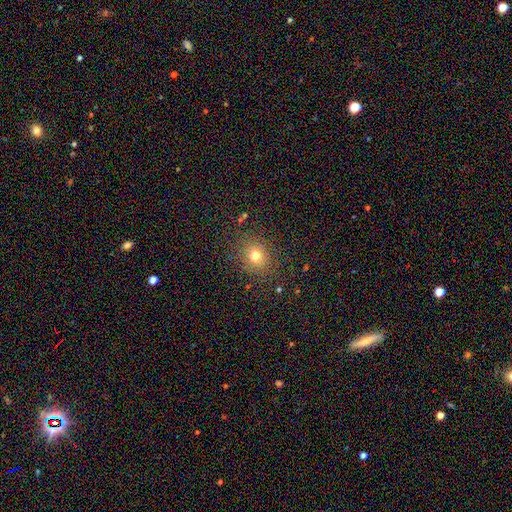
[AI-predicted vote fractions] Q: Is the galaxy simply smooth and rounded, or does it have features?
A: smooth — 73%.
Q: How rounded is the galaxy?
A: round — 73%.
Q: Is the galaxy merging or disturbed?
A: none — 86%.